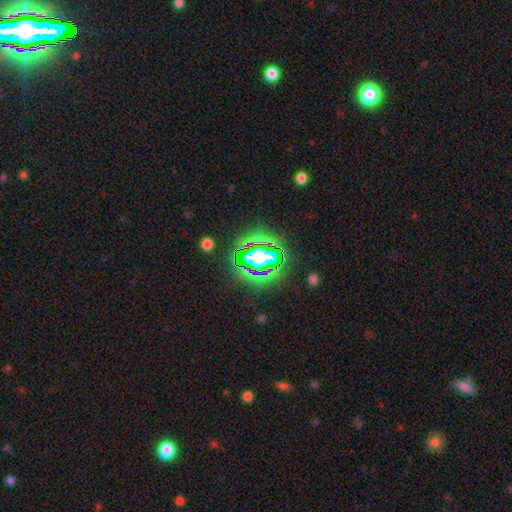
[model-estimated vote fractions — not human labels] Smooth or featured? Predicted: star or artifact (p=0.80).